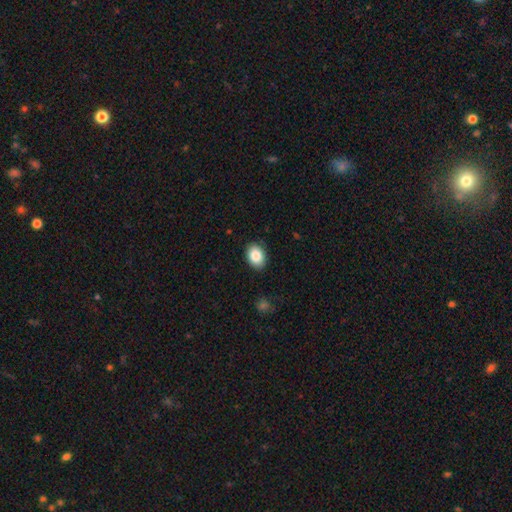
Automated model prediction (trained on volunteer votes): Smooth or featured? Predicted: smooth (p=0.87). How rounded? Predicted: in between (p=0.77). Merging? Predicted: none (p=0.87).